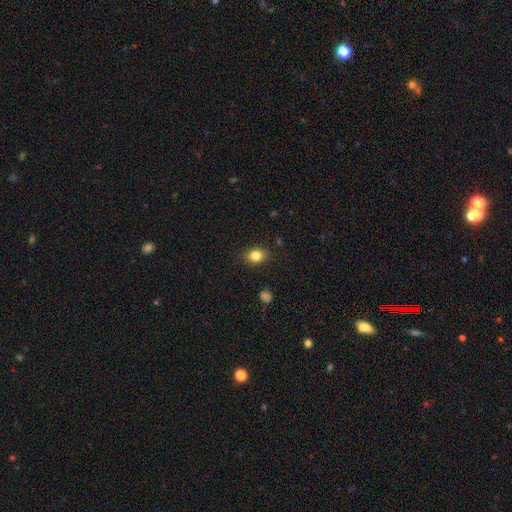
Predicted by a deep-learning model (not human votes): Smooth or featured: smooth — 83% (star or artifact — 10%)
How rounded: in between — 63% (round — 36%)
Merging: none — 88% (minor disturbance — 9%)